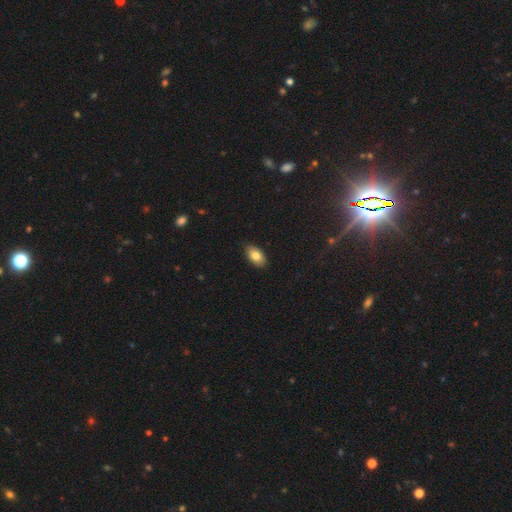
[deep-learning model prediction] smooth 82%, featured or disk 10%, star or artifact 8%. Down the decision tree: how rounded — in between (93%); merging — none (85%).